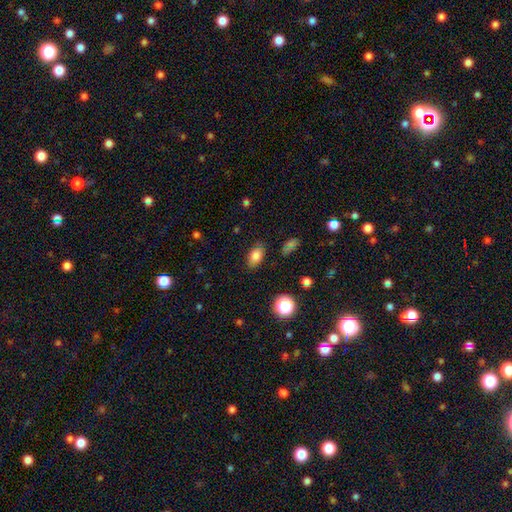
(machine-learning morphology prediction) A smooth galaxy with no disk features (80%) that is in between round and cigar-shaped (87%).

Vote fractions:
- Smooth or featured? smooth: 80% / star or artifact: 11% / featured or disk: 9%
- How rounded? in between: 87% / round: 11% / cigar-shaped: 2%
- Merging? none: 82% / minor disturbance: 13% / major disturbance: 3% / merger: 2%